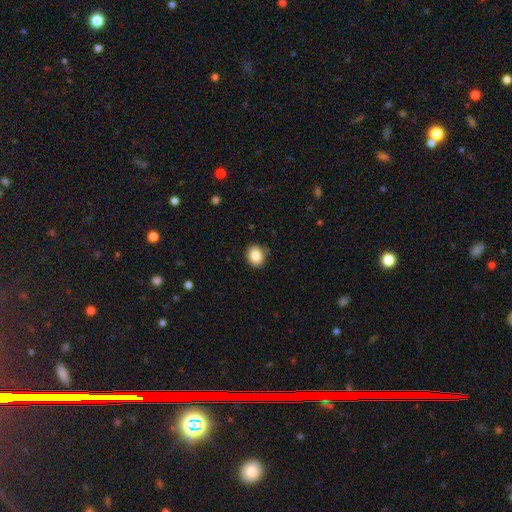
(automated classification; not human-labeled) smooth-or-featured: smooth: 87% | star or artifact: 9% | featured or disk: 5%
  how-rounded: round: 60% | in between: 39% | cigar-shaped: 1%
  merging: none: 86% | minor disturbance: 10% | major disturbance: 2% | merger: 2%